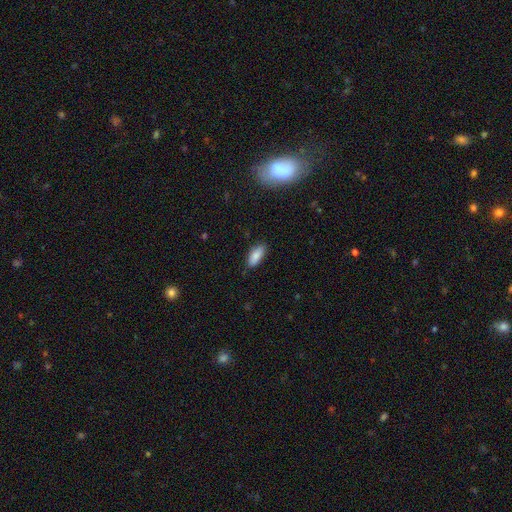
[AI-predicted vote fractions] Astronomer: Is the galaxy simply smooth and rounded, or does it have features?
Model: smooth — 86%.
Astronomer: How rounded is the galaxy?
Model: in between — 79%.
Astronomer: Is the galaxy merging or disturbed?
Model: none — 83%.